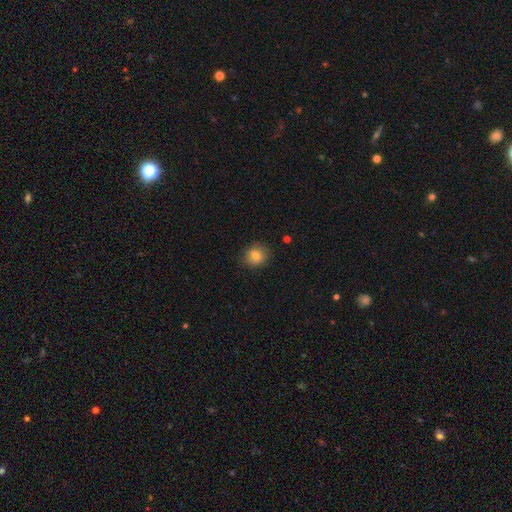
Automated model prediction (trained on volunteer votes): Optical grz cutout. It shows a smooth galaxy with no disk features (79%) that is round (77%). Merging: none (84%).